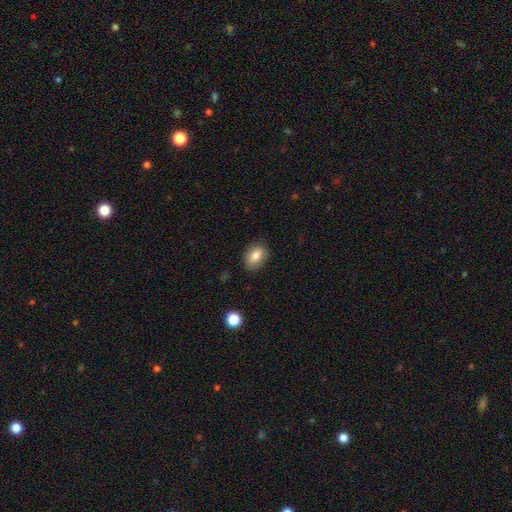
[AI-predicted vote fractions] smooth 79%, featured or disk 13%, star or artifact 9%. Down the decision tree: how rounded — in between (73%); merging — none (83%).